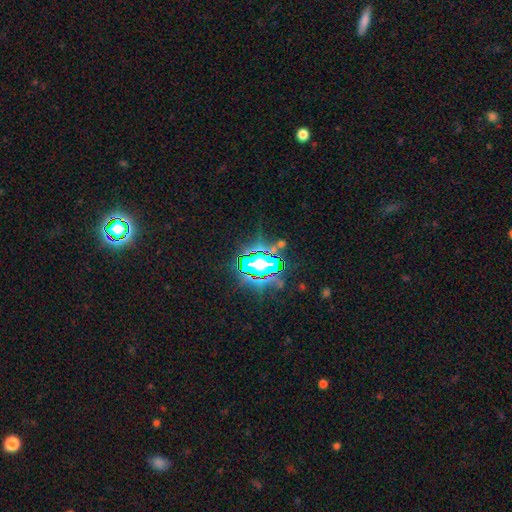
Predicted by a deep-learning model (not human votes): Morphology: type=star or artifact (81%).